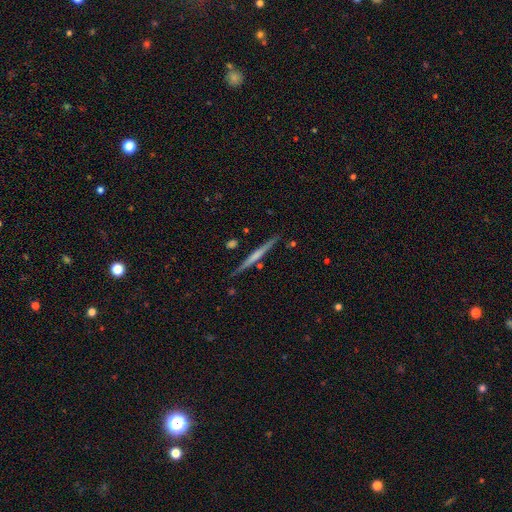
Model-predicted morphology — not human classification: This appears to be a featured or disk galaxy (60%) viewed edge-on (98%) with no central bulge (70%). Merging: none (87%).